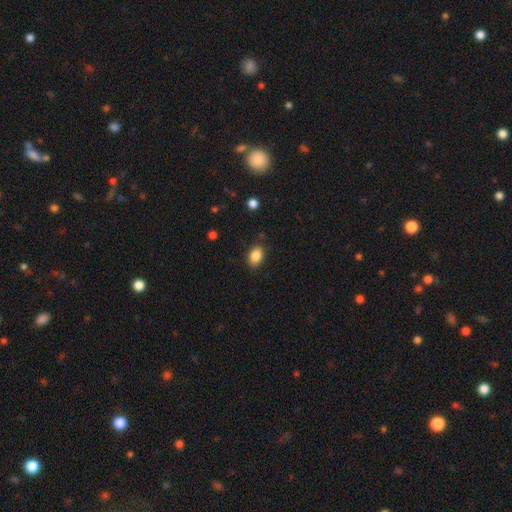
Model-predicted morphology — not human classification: A smooth galaxy with no disk features (86%) that is in between round and cigar-shaped (79%). Merging: none (84%).